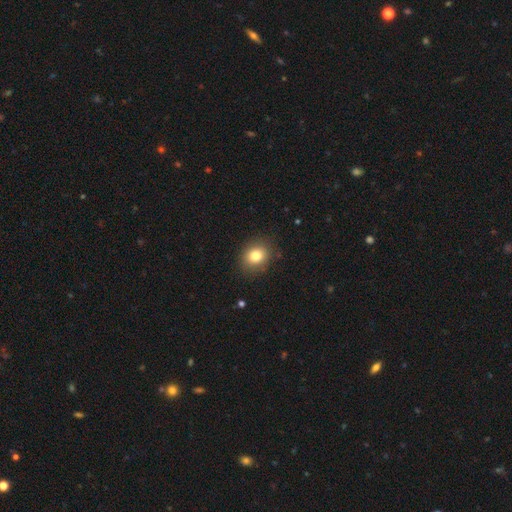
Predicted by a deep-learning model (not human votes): The model was most divided on "how rounded": round: 60%, in between: 39%, cigar-shaped: 1%. More confident: merging — none (86%); smooth or featured — smooth (80%).